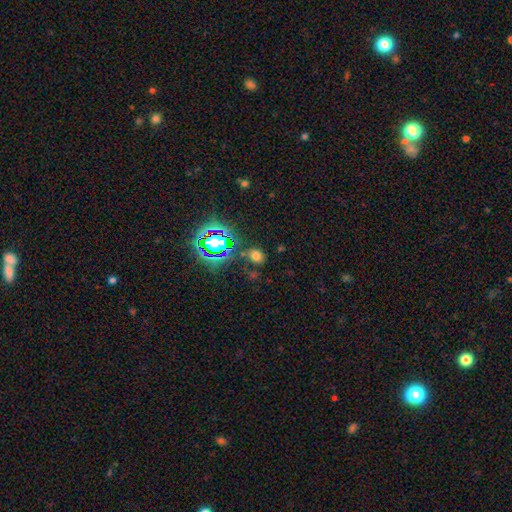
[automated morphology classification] Overall: smooth (63%; star or artifact 30%). How rounded: round (57%; in between 41%). Merging: none (79%).